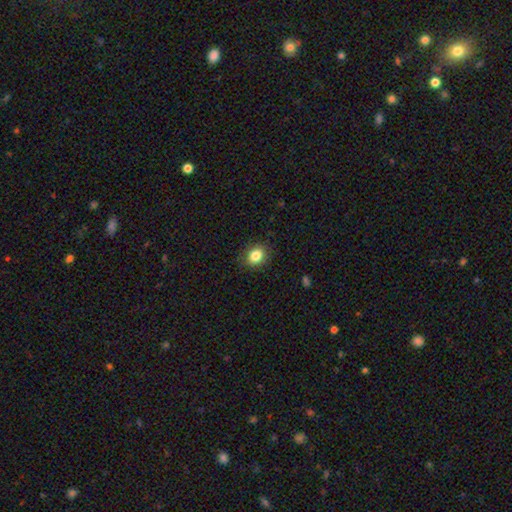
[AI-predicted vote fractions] Smooth or featured? Predicted: smooth (p=0.84). How rounded? Predicted: round (p=0.57). Merging? Predicted: none (p=0.86).